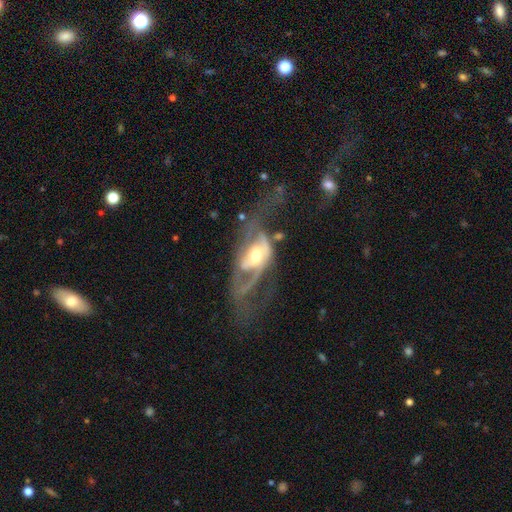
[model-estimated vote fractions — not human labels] Smooth or featured?
  - featured or disk: 79% *
  - smooth: 14%
  - star or artifact: 6%
Edge-on disk?
  - no: 92% *
  - yes: 8%
Bar?
  - no: 50% *
  - weak: 32%
  - strong: 18%
Spiral arms?
  - yes: 75% *
  - no: 25%
Spiral winding?
  - loose: 46% *
  - medium: 38%
  - tight: 16%
Spiral arm count?
  - 2: 59% *
  - can't tell: 18%
  - 1: 14%
  - 3: 5%
  - 4: 2%
  - more than 4: 2%
Bulge size?
  - moderate: 67% *
  - large: 16%
  - small: 14%
  - dominant: 2%
  - none: 1%
Merging?
  - major disturbance: 51% *
  - none: 25%
  - minor disturbance: 15%
  - merger: 8%